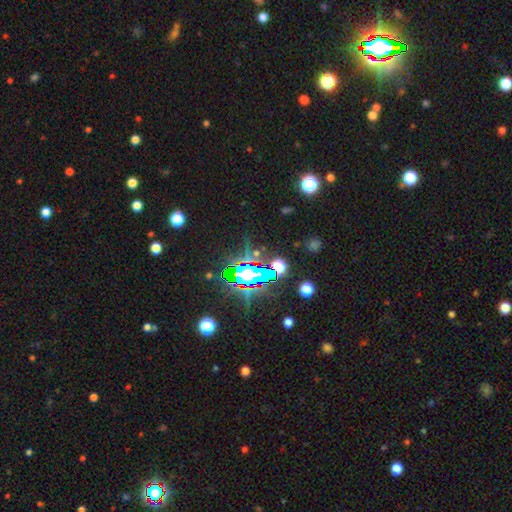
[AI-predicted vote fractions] smooth_or_featured: star or artifact (p=0.74) [alt: smooth p=0.15]